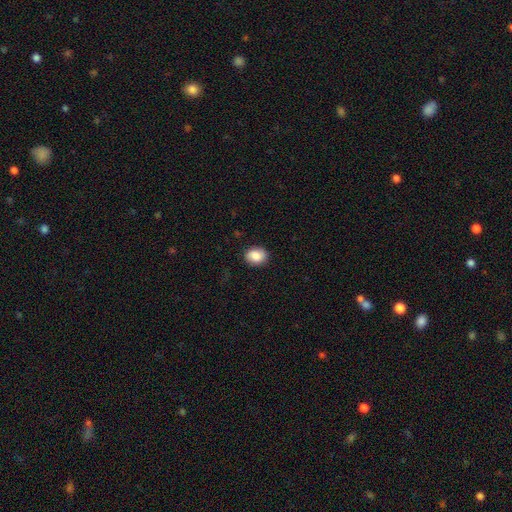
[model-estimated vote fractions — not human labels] Smooth or featured?
  - smooth: 84% *
  - star or artifact: 8%
  - featured or disk: 8%
How rounded?
  - in between: 58% *
  - round: 41%
  - cigar-shaped: 1%
Merging?
  - none: 85% *
  - minor disturbance: 11%
  - major disturbance: 3%
  - merger: 1%